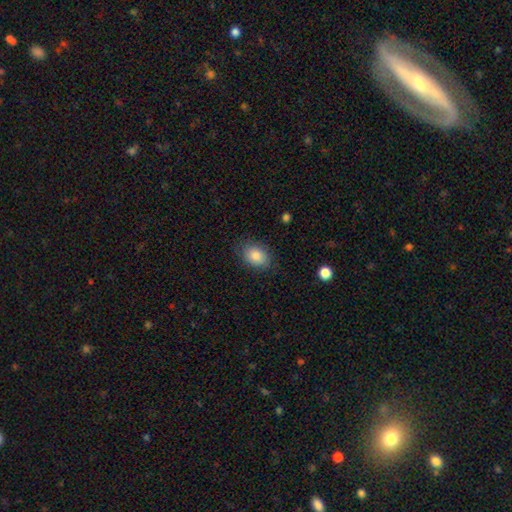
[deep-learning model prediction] Q: Smooth or featured?
A: smooth (85%); runner-up: featured or disk (8%)
Q: How rounded?
A: in between (77%); runner-up: round (22%)
Q: Merging?
A: none (79%); runner-up: minor disturbance (15%)